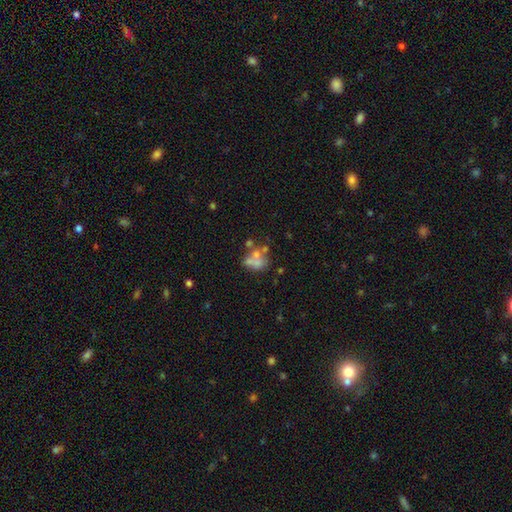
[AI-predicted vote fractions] A smooth galaxy with no disk features (45%).

Vote fractions:
- Smooth or featured? smooth: 45% / featured or disk: 40% / star or artifact: 15%
- Merging? merger: 39% / none: 33% / major disturbance: 14% / minor disturbance: 14%